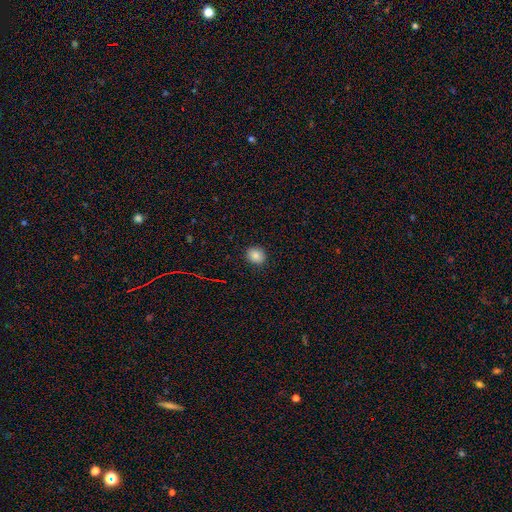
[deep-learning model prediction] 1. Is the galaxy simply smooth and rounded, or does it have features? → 84% smooth, 11% star or artifact, 5% featured or disk.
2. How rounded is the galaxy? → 67% round, 32% in between, 1% cigar-shaped.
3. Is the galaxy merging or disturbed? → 90% none, 7% minor disturbance, 2% major disturbance, 1% merger.